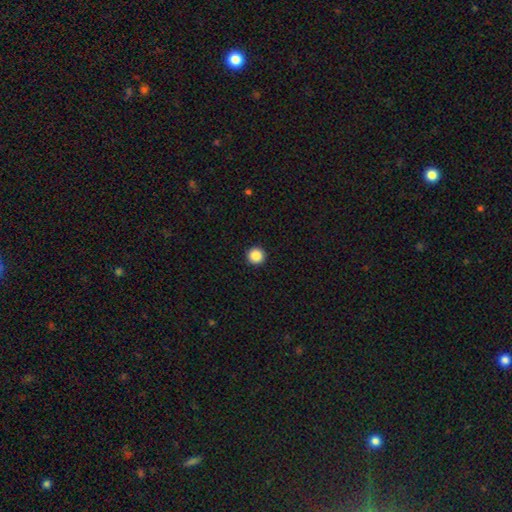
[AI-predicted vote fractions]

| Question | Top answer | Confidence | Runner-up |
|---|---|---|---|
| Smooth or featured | smooth | 87% | star or artifact (10%) |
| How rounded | round | 96% | in between (3%) |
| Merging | none | 94% | minor disturbance (4%) |